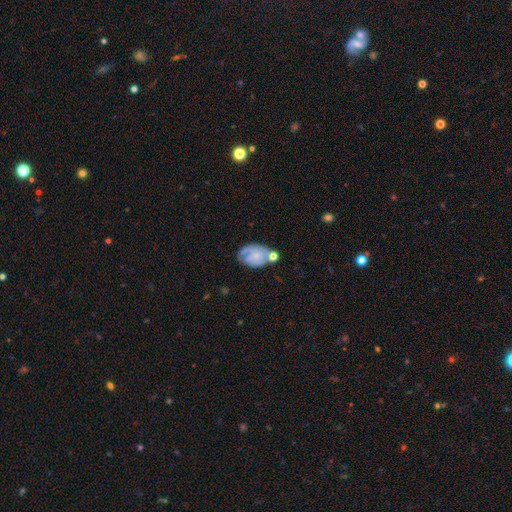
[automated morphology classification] smooth_or_featured: featured or disk (p=0.54) [alt: smooth p=0.38]
disk_edge_on: no (p=0.96) [alt: yes p=0.04]
bar: no (p=0.80) [alt: weak p=0.17]
has_spiral_arms: yes (p=0.75) [alt: no p=0.25]
bulge_size: small (p=0.57) [alt: none p=0.26]
merging: none (p=0.47) [alt: minor disturbance p=0.25]